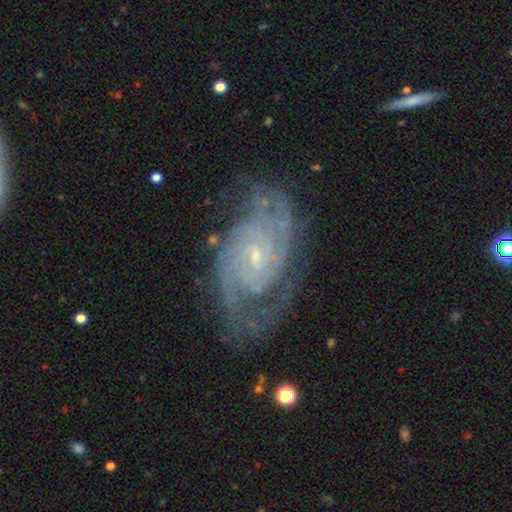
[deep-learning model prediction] A featured or disk galaxy (88%) with no bar (57%), 2 (42%) tight (63%) spiral arms (97%) and a small central bulge (80%).

Vote fractions:
- Smooth or featured? featured or disk: 88% / star or artifact: 6% / smooth: 5%
- Edge-on disk? no: 97% / yes: 3%
- Bar? no: 57% / weak: 35% / strong: 9%
- Spiral arms? yes: 97% / no: 3%
- Spiral winding? tight: 63% / medium: 31% / loose: 6%
- Spiral arm count? 2: 42% / can't tell: 22% / 3: 15% / 4: 8% / more than 4: 6% / 1: 6%
- Bulge size? small: 80% / moderate: 14% / none: 3% / large: 1% / dominant: 1%
- Merging? none: 70% / minor disturbance: 19% / major disturbance: 9% / merger: 2%